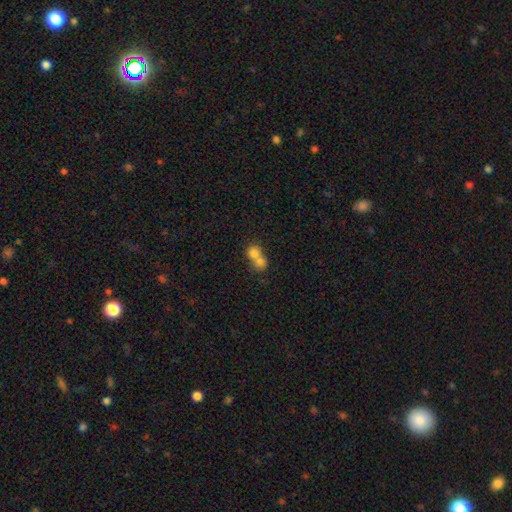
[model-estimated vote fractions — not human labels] This appears to be a smooth galaxy with no disk features (76%) that is round (75%). Merging: merger (69%).